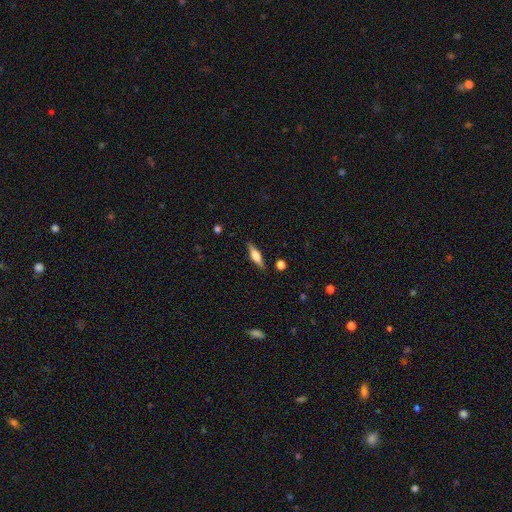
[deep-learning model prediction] featured or disk 48%, smooth 45%, star or artifact 7%. Down the decision tree: merging — none (85%).